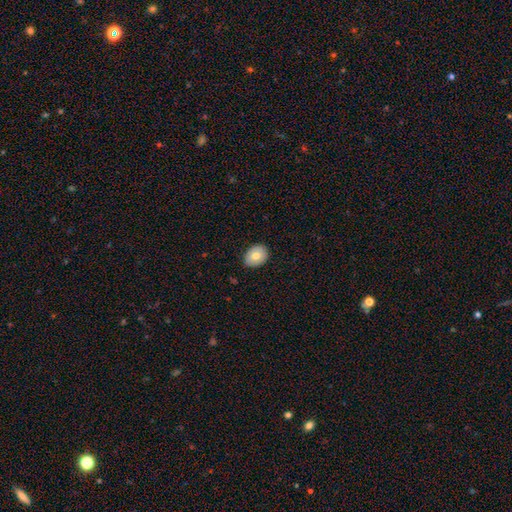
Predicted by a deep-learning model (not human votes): smooth 73%, featured or disk 20%, star or artifact 7%. Down the decision tree: how rounded — in between (57%); merging — none (88%).